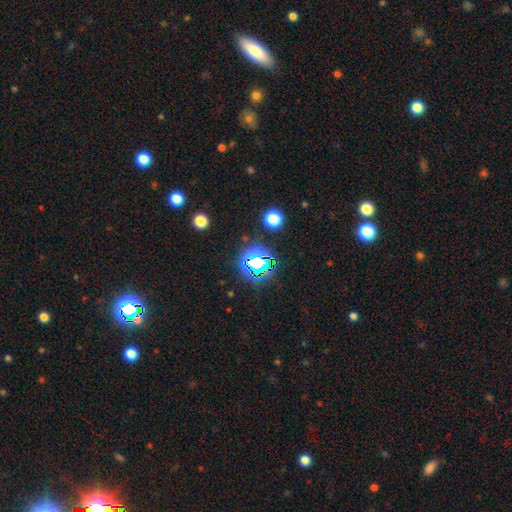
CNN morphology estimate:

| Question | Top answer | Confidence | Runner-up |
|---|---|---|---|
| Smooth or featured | star or artifact | 77% | smooth (16%) |